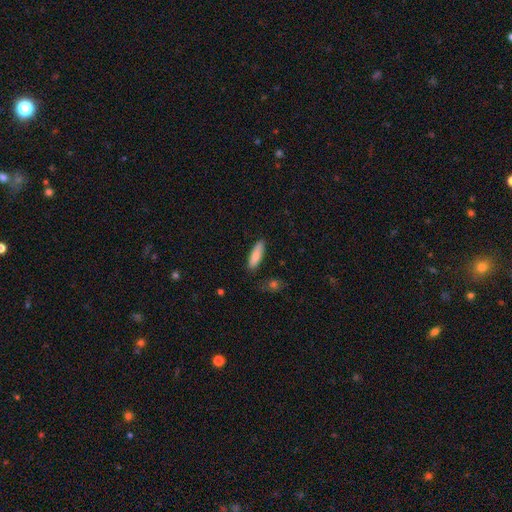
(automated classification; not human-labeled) Smooth or featured: smooth — 85% (featured or disk — 9%)
How rounded: cigar-shaped — 60% (in between — 38%)
Merging: none — 85% (minor disturbance — 11%)